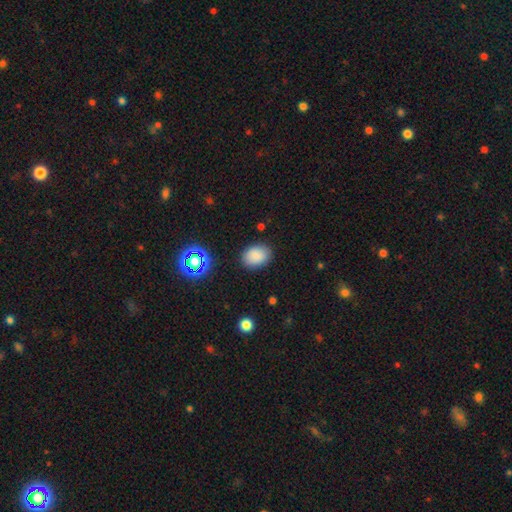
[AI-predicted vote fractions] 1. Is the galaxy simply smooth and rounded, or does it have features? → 85% smooth, 11% star or artifact, 5% featured or disk.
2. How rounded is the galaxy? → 70% in between, 29% round, 1% cigar-shaped.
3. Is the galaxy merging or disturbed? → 85% none, 11% minor disturbance, 3% major disturbance, 1% merger.